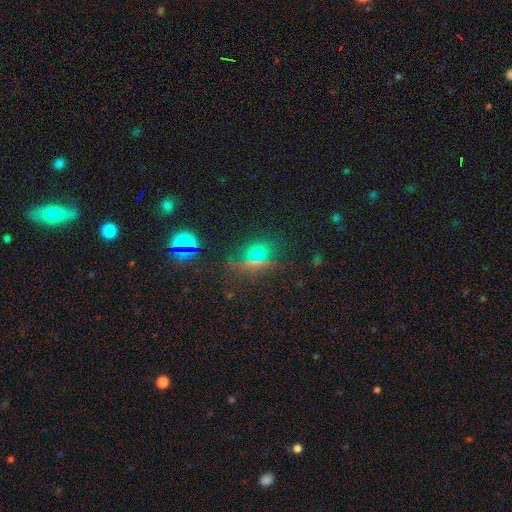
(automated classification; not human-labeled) Smooth or featured: star or artifact — 49% (smooth — 34%)